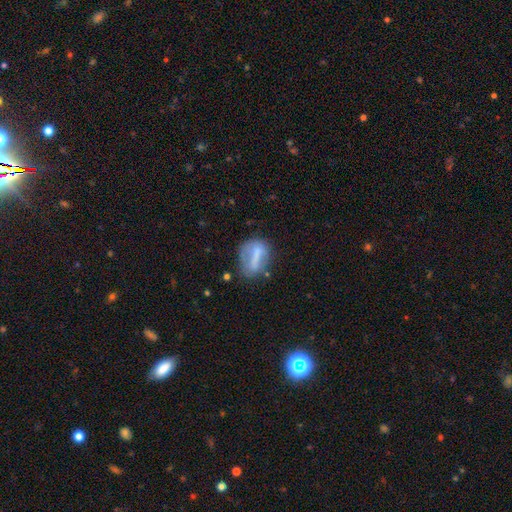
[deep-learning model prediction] Overall: smooth (53%; featured or disk 37%). How rounded: in between (64%). Merging: none (51%; minor disturbance 26%).